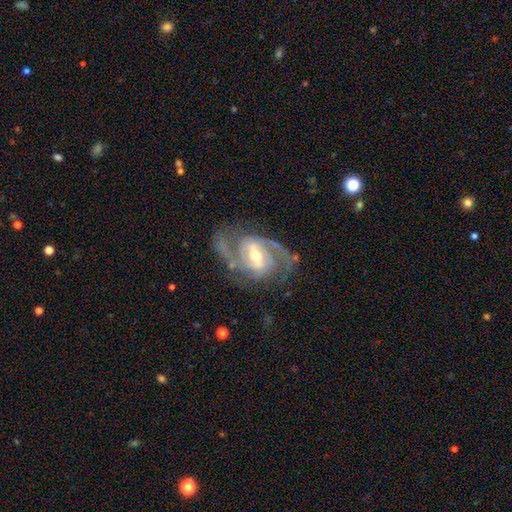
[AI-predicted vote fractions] The model was most divided on "bar": weak: 48%, strong: 37%, no: 16%. More confident: spiral arms — yes (98%); edge-on disk — no (97%); smooth or featured — featured or disk (92%); spiral arm count — 2 (73%); merging — none (70%); bulge size — moderate (60%); spiral winding — medium (55%).